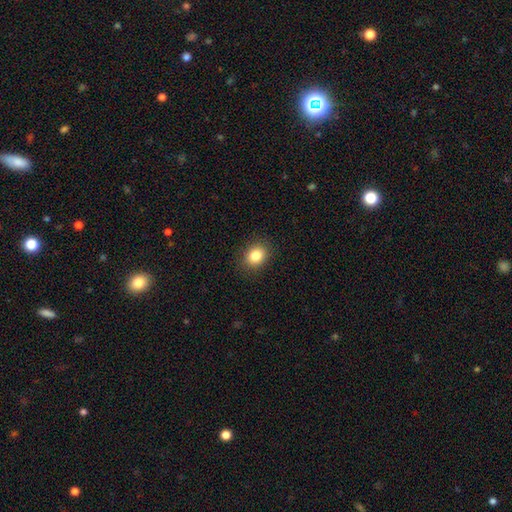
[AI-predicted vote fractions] The model was most divided on "how rounded": round: 51%, in between: 49%, cigar-shaped: 1%. More confident: merging — none (88%); smooth or featured — smooth (83%).